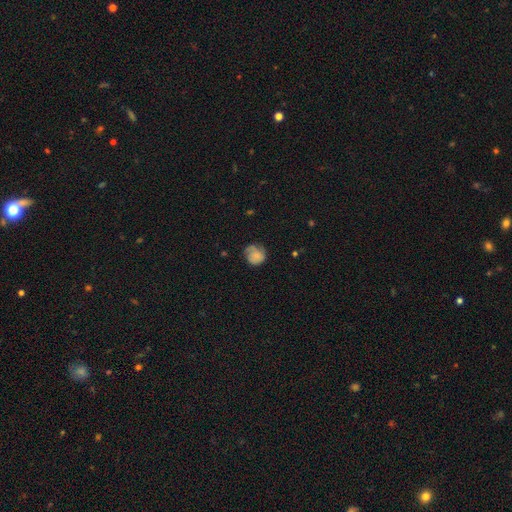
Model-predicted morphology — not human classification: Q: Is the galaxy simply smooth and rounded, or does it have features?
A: smooth — 61%.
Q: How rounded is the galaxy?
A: round — 80%.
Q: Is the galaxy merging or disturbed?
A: none — 59%.